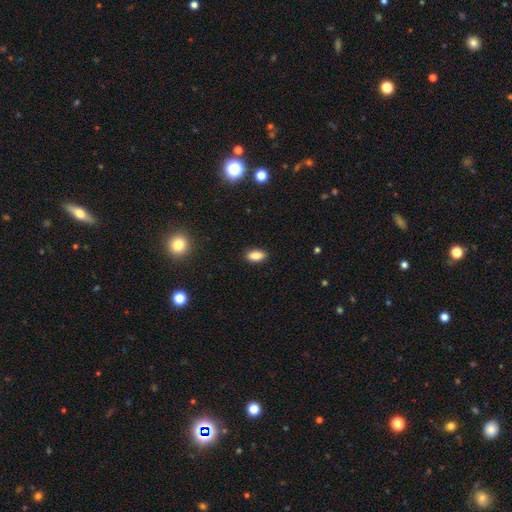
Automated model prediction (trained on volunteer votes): Smooth or featured?
  - smooth: 86% *
  - star or artifact: 9%
  - featured or disk: 5%
How rounded?
  - in between: 90% *
  - cigar-shaped: 5%
  - round: 5%
Merging?
  - none: 89% *
  - minor disturbance: 8%
  - major disturbance: 2%
  - merger: 1%